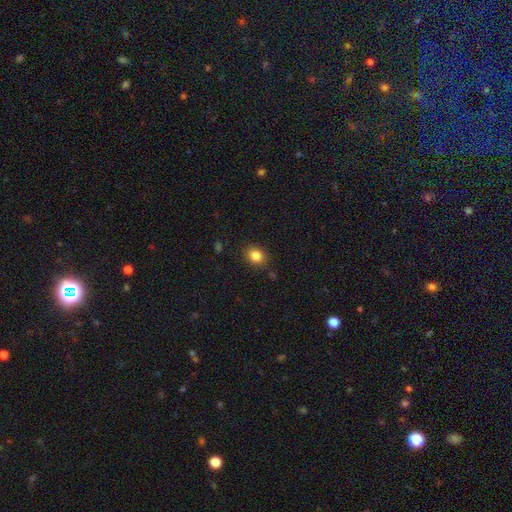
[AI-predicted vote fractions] smooth 84%, star or artifact 10%, featured or disk 5%. Down the decision tree: how rounded — round (61%); merging — none (87%).